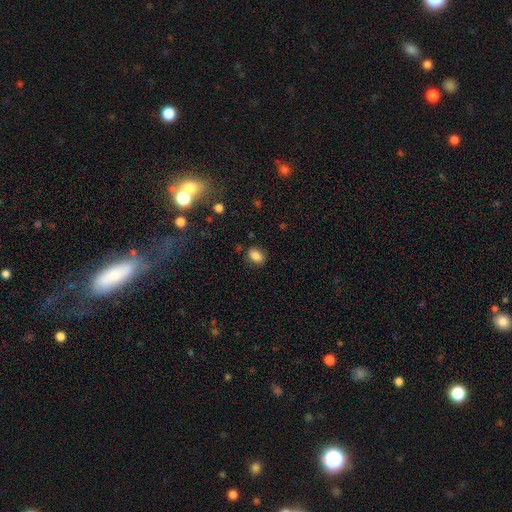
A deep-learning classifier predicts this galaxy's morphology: Smooth or featured? smooth (85%)
How rounded? in between (78%)
Merging? none (82%)